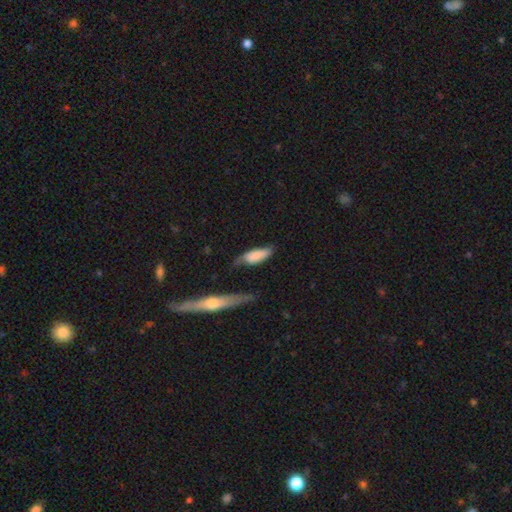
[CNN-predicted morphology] type=smooth (75%); roundness=in between (69%); merging=none (43%).